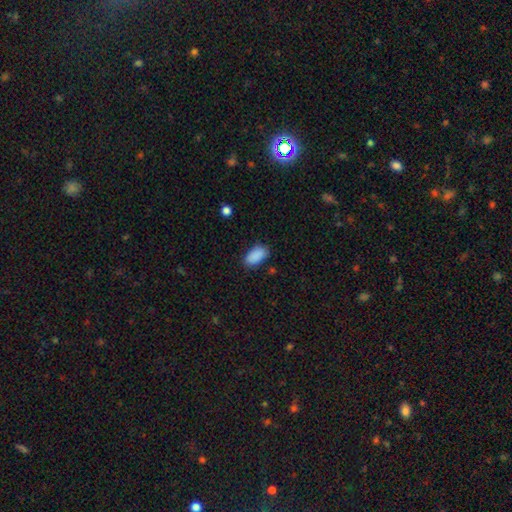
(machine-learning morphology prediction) smooth_or_featured: smooth (p=0.89) [alt: star or artifact p=0.08]
how_rounded: in between (p=0.93) [alt: round p=0.04]
merging: none (p=0.82) [alt: minor disturbance p=0.14]